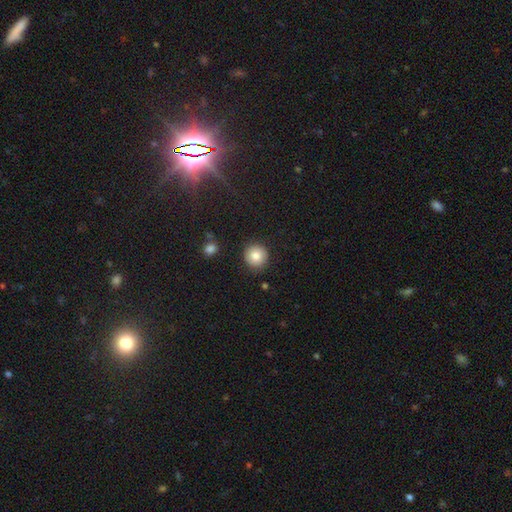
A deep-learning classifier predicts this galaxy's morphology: This is clearly a smooth galaxy (84%). How rounded: clearly round (94%). Merging: clearly none (90%).